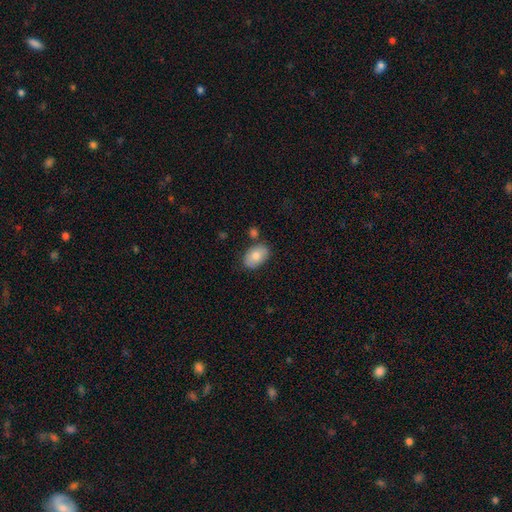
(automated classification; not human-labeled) Overall: smooth (78%). How rounded: in between (89%). Merging: none (75%).